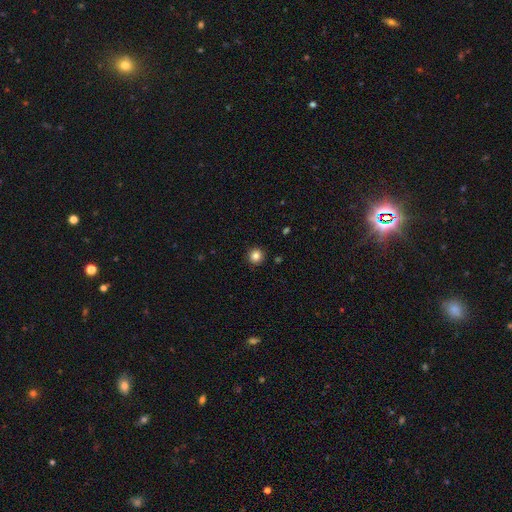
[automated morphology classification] Q: Smooth or featured?
A: smooth (83%); runner-up: star or artifact (12%)
Q: How rounded?
A: round (95%); runner-up: in between (4%)
Q: Merging?
A: none (91%); runner-up: minor disturbance (6%)